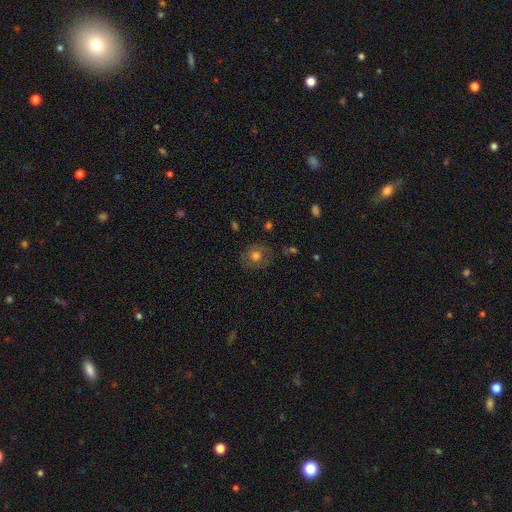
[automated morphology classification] Smooth or featured: smooth — 63% (featured or disk — 25%)
How rounded: round — 79% (in between — 20%)
Merging: none — 78% (minor disturbance — 15%)